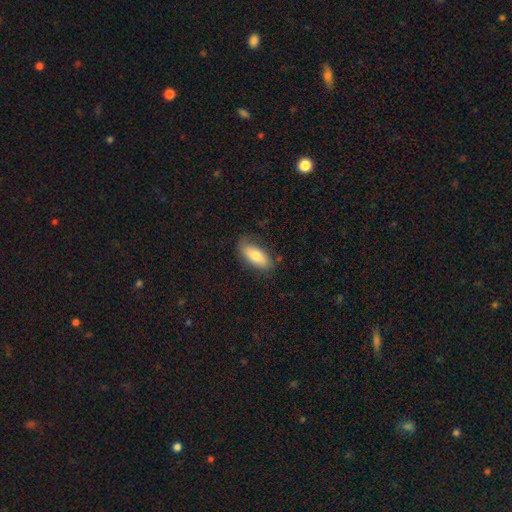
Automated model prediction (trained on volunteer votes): Overall: smooth (75%). How rounded: in between (86%). Merging: none (73%).